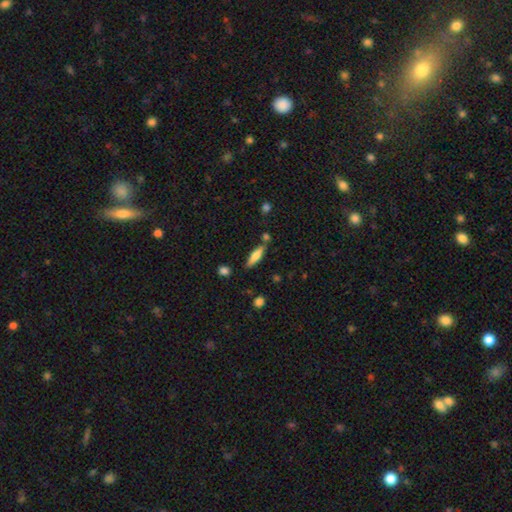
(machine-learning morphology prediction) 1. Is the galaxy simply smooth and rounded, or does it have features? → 64% smooth, 29% featured or disk, 7% star or artifact.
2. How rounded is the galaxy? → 64% cigar-shaped, 34% in between, 2% round.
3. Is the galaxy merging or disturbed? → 75% none, 14% minor disturbance, 8% merger, 3% major disturbance.